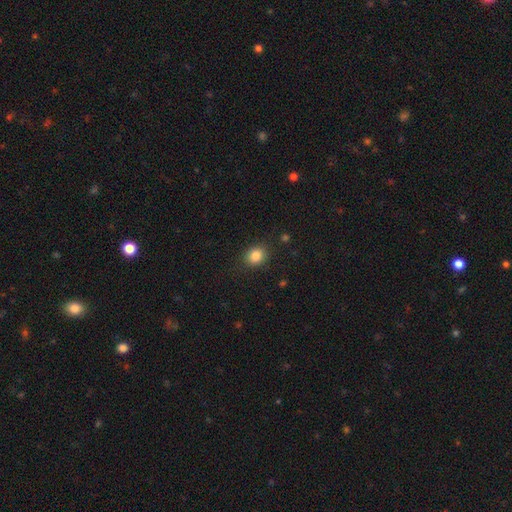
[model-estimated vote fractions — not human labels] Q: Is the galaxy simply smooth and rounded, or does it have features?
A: smooth — 84%.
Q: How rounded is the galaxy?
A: round — 66%.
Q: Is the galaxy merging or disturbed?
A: none — 87%.